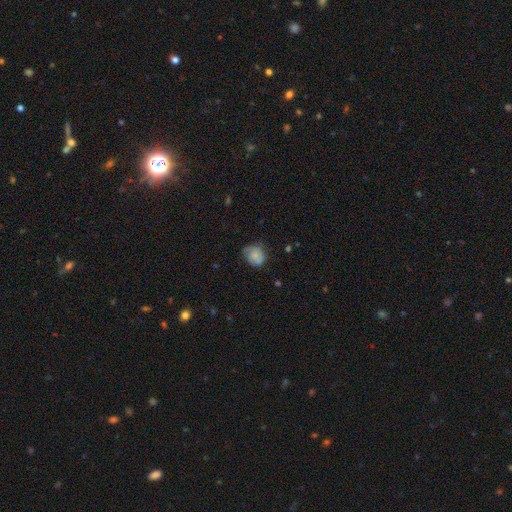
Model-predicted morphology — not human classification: Smooth or featured? Predicted: smooth (p=0.67). How rounded? Predicted: round (p=0.68). Merging? Predicted: none (p=0.56).